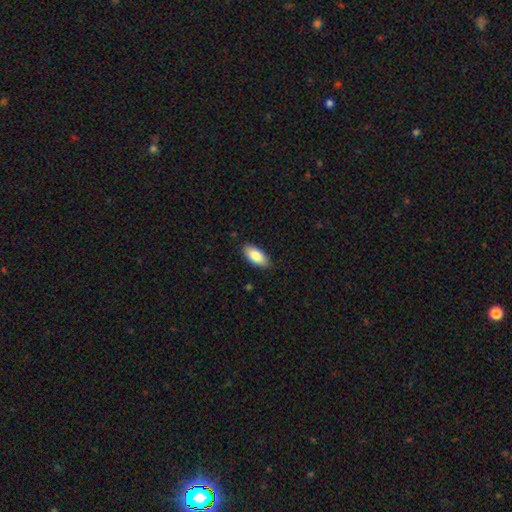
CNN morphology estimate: Q: Smooth or featured?
A: smooth (86%); runner-up: featured or disk (8%)
Q: How rounded?
A: in between (90%); runner-up: cigar-shaped (8%)
Q: Merging?
A: none (88%); runner-up: minor disturbance (10%)